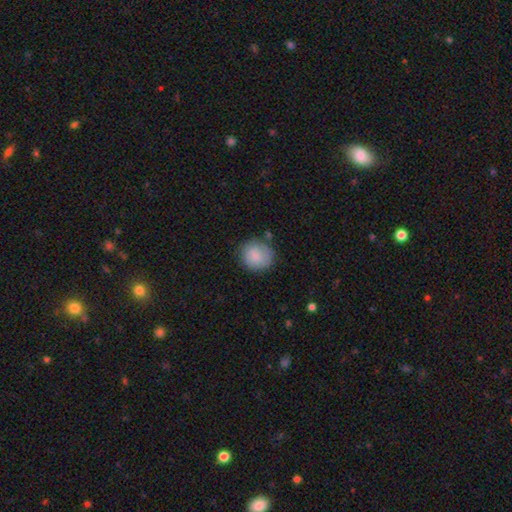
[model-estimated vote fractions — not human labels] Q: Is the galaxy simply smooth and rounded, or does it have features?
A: smooth — 85%.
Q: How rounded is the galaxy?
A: round — 79%.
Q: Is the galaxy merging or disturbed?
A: none — 74%.